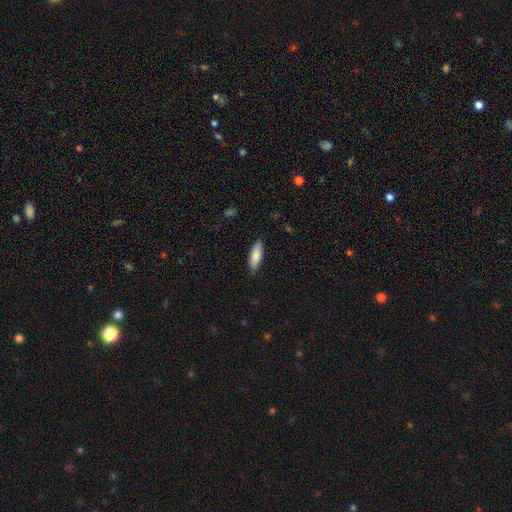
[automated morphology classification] smooth_or_featured: smooth (p=0.84) [alt: featured or disk p=0.11]
how_rounded: in between (p=0.52) [alt: cigar-shaped p=0.46]
merging: none (p=0.88) [alt: minor disturbance p=0.09]